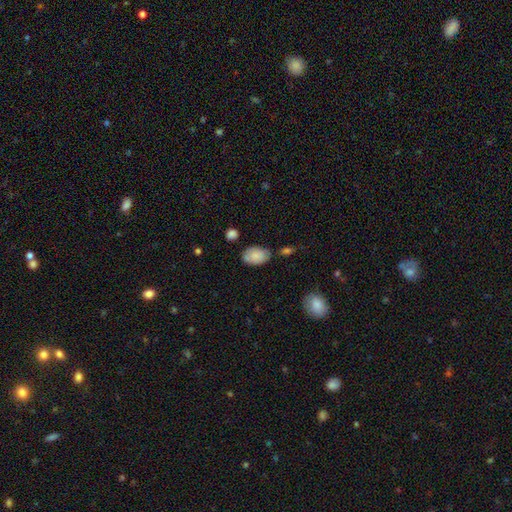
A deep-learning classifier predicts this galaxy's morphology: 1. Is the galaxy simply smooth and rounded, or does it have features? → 82% smooth, 11% featured or disk, 7% star or artifact.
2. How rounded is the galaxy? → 90% in between, 9% round, 1% cigar-shaped.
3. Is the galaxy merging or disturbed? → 63% none, 24% minor disturbance, 8% merger, 5% major disturbance.